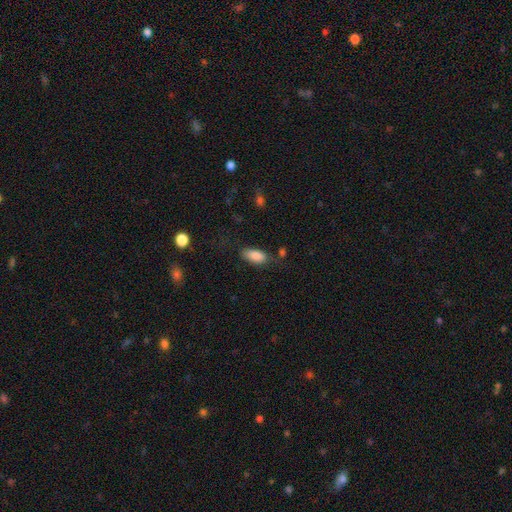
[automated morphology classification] A smooth galaxy with no disk features (86%) that is in between round and cigar-shaped (89%).

Vote fractions:
- Smooth or featured? smooth: 86% / star or artifact: 7% / featured or disk: 6%
- How rounded? in between: 89% / cigar-shaped: 8% / round: 3%
- Merging? none: 71% / minor disturbance: 19% / major disturbance: 6% / merger: 4%